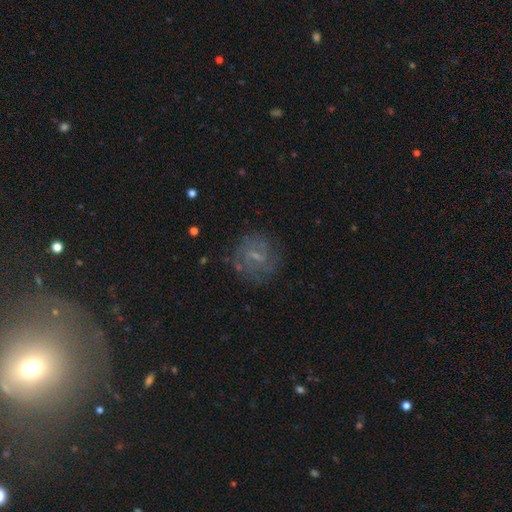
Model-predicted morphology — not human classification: smooth_or_featured: featured or disk (p=0.54) [alt: smooth p=0.32]
disk_edge_on: no (p=0.96) [alt: yes p=0.04]
bar: weak (p=0.52) [alt: no p=0.36]
has_spiral_arms: yes (p=0.63) [alt: no p=0.37]
bulge_size: small (p=0.57) [alt: none p=0.22]
merging: none (p=0.73) [alt: minor disturbance p=0.15]